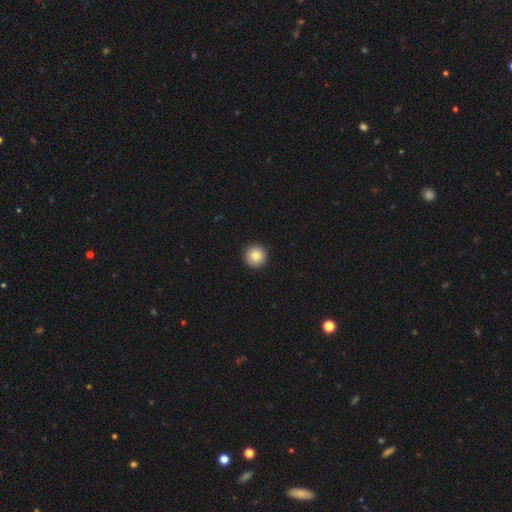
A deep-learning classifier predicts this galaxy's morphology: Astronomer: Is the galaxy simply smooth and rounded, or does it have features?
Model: smooth — 85%.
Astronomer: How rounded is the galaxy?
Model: round — 96%.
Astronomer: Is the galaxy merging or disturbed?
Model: none — 93%.